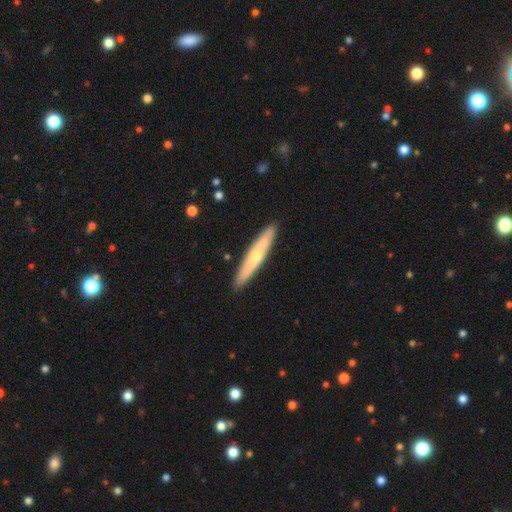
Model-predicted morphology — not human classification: Smooth or featured? Predicted: smooth (p=0.53). How rounded? Predicted: cigar-shaped (p=0.93). Merging? Predicted: none (p=0.91).